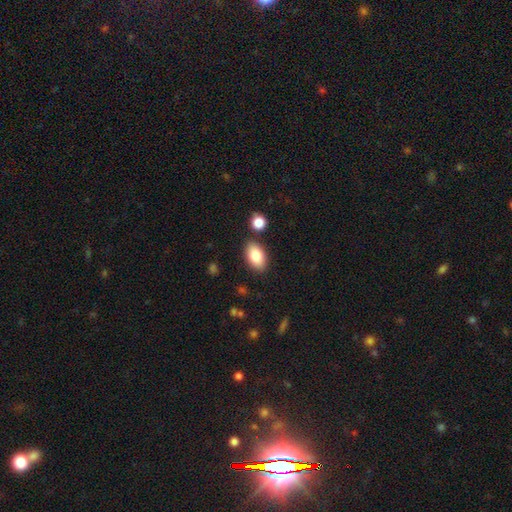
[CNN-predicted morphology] This is clearly a smooth galaxy (84%). How rounded: clearly in between (92%). Merging: clearly none (84%).